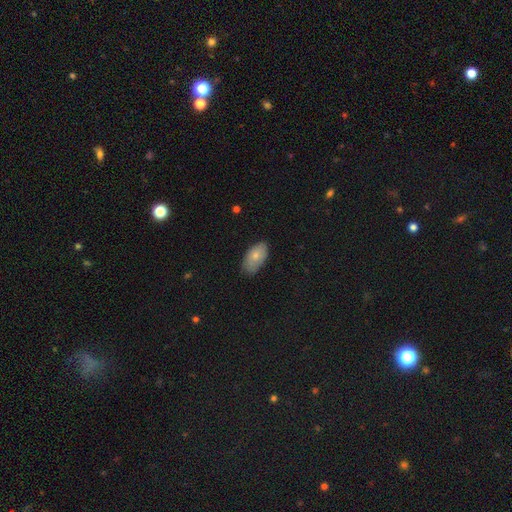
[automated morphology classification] smooth 76%, featured or disk 18%, star or artifact 7%. Down the decision tree: how rounded — in between (94%); merging — none (74%).